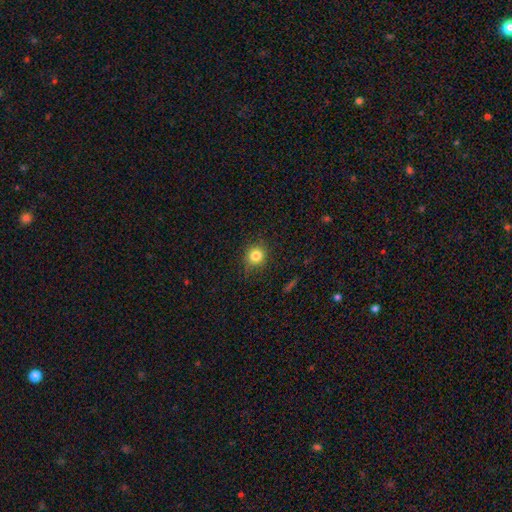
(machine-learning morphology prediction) type=smooth (81%); roundness=round (83%); merging=none (85%).